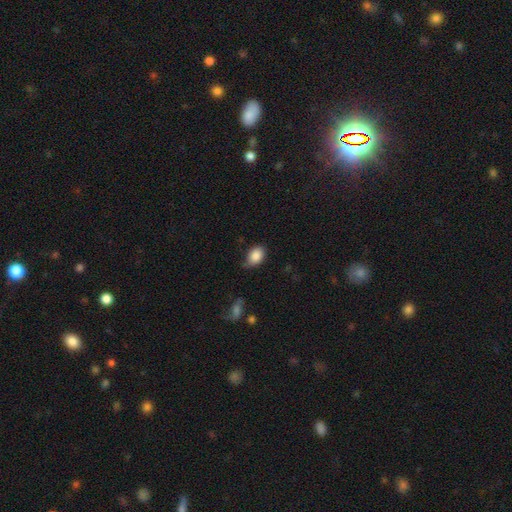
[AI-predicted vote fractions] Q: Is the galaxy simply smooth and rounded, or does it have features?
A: smooth — 87%.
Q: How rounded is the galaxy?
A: in between — 80%.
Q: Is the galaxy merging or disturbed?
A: none — 60%.